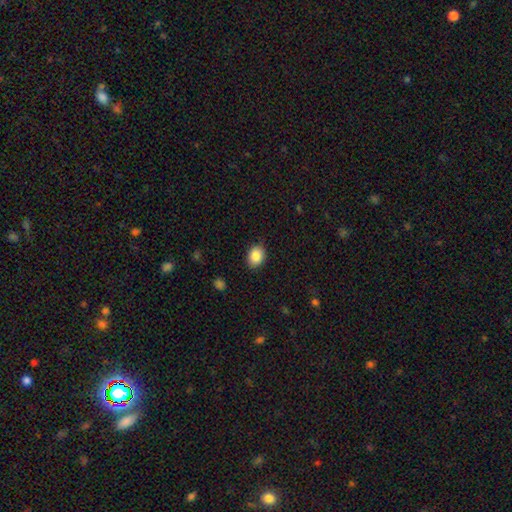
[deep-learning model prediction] This appears to be a smooth galaxy with no disk features (87%) that is in between round and cigar-shaped (59%). Merging: none (86%).